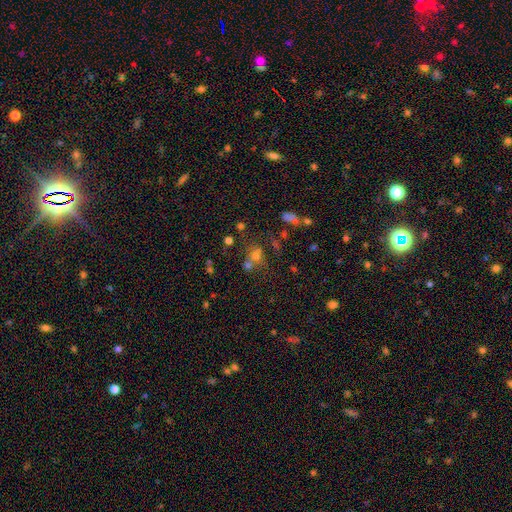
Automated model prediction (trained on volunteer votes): Smooth or featured?
  - smooth: 51% *
  - star or artifact: 32%
  - featured or disk: 16%
How rounded?
  - round: 69% *
  - in between: 29%
  - cigar-shaped: 2%
Merging?
  - none: 46% *
  - merger: 36%
  - minor disturbance: 11%
  - major disturbance: 7%